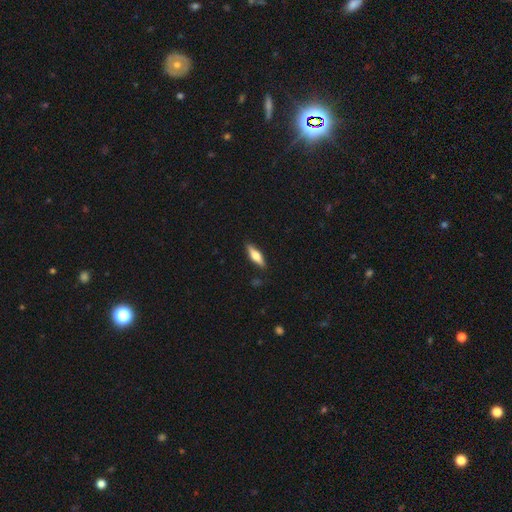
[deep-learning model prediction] smooth 54%, featured or disk 40%, star or artifact 6%. Down the decision tree: how rounded — cigar-shaped (56%); merging — none (88%).